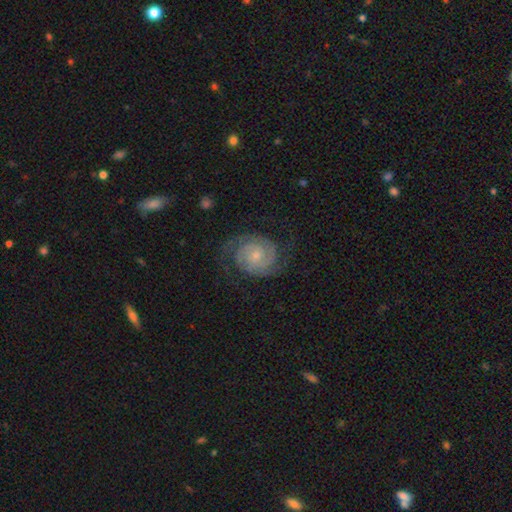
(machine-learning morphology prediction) Smooth or featured: featured or disk — 86% (smooth — 9%)
Edge-on disk: no — 98% (yes — 2%)
Bar: no — 68% (weak — 27%)
Spiral arms: yes — 97% (no — 3%)
Spiral winding: tight — 64% (medium — 30%)
Spiral arm count: 2 — 74% (3 — 9%)
Bulge size: small — 68% (moderate — 25%)
Merging: none — 75% (minor disturbance — 15%)